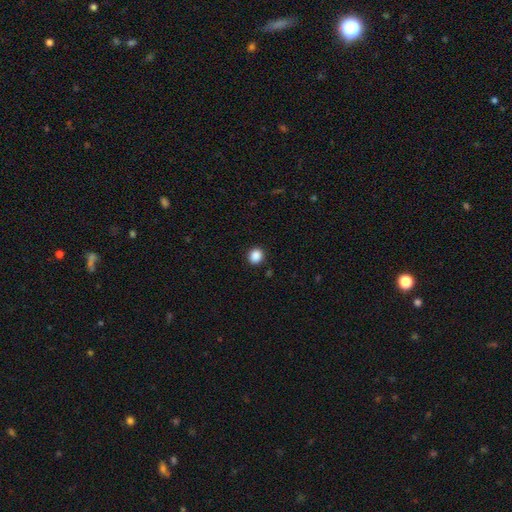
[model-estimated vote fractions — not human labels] This is clearly a smooth galaxy (88%). How rounded: clearly round (81%). Merging: clearly none (90%).